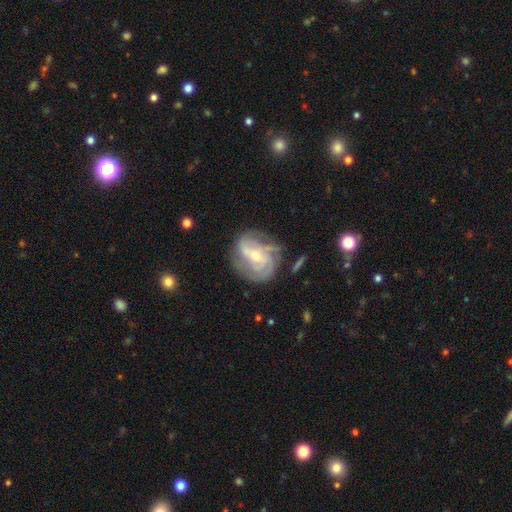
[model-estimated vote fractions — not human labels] A featured or disk galaxy (86%) with no bar (45%), 3 (29%) tight (53%) spiral arms (96%) and a small central bulge (51%). Merging: none (73%).